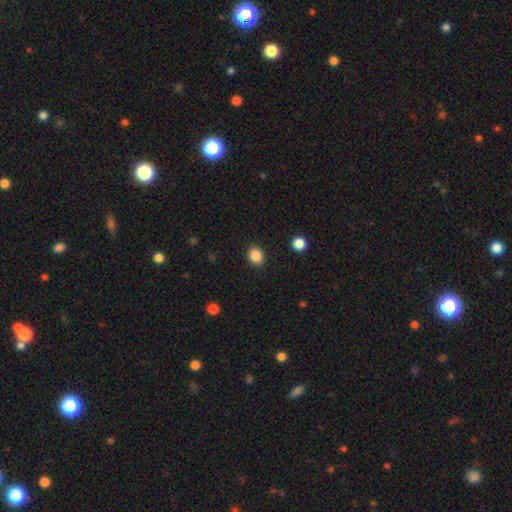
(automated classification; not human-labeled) Smooth or featured? Predicted: smooth (p=0.87). How rounded? Predicted: in between (p=0.58). Merging? Predicted: none (p=0.90).